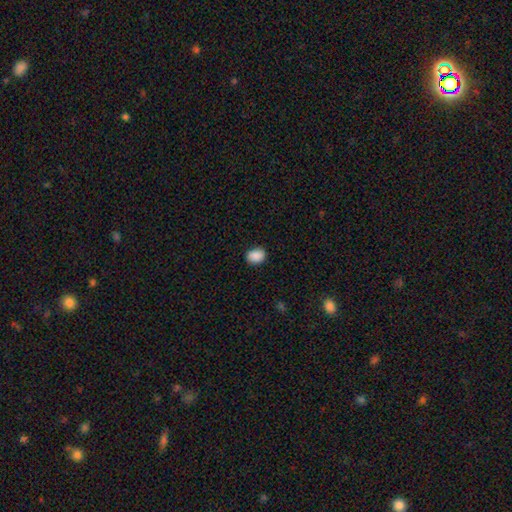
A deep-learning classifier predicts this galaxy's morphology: Q: Smooth or featured?
A: smooth (89%); runner-up: star or artifact (8%)
Q: How rounded?
A: in between (56%); runner-up: round (44%)
Q: Merging?
A: none (87%); runner-up: minor disturbance (10%)